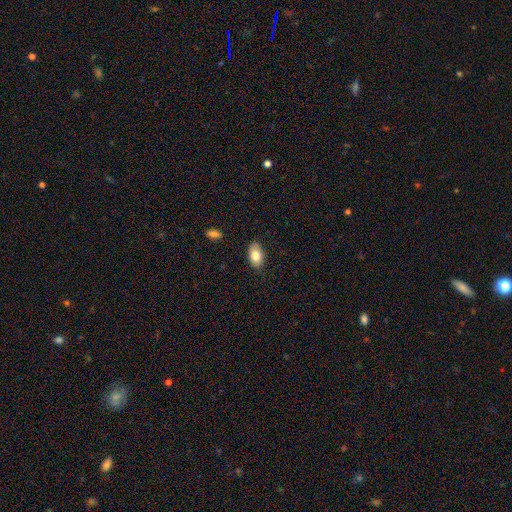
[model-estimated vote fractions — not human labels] Q: Smooth or featured?
A: smooth (81%); runner-up: featured or disk (12%)
Q: How rounded?
A: in between (92%); runner-up: round (6%)
Q: Merging?
A: none (83%); runner-up: minor disturbance (13%)